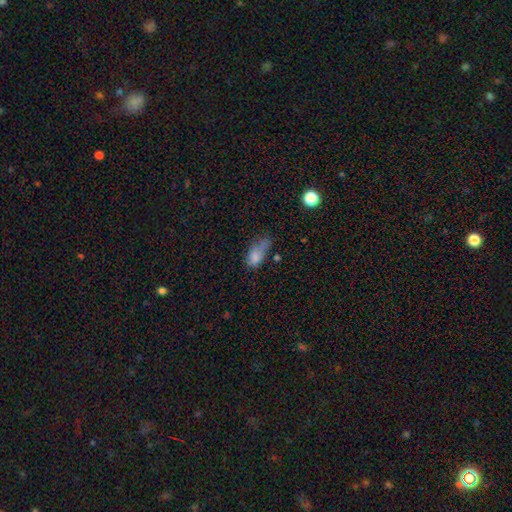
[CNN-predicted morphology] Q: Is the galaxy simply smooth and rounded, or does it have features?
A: smooth — 74%.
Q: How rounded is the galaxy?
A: in between — 85%.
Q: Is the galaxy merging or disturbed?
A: minor disturbance — 32%.